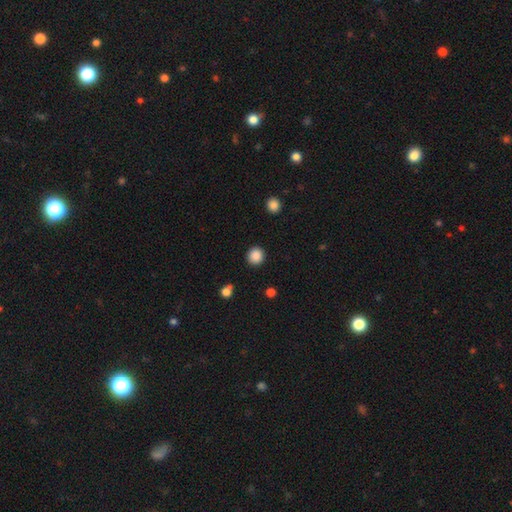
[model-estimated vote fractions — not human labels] Q: Smooth or featured?
A: smooth (87%); runner-up: star or artifact (10%)
Q: How rounded?
A: round (91%); runner-up: in between (8%)
Q: Merging?
A: none (91%); runner-up: minor disturbance (6%)